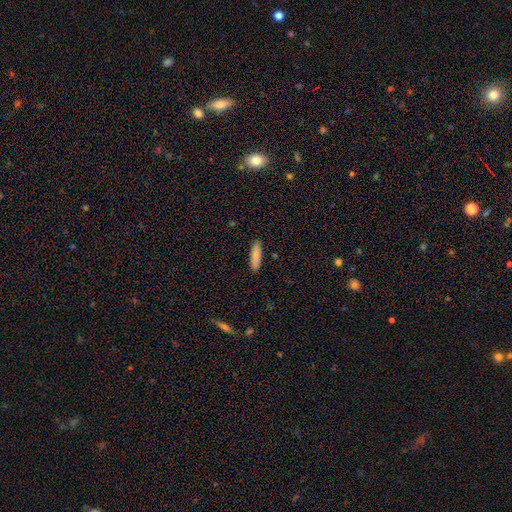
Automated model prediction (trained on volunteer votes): Smooth or featured? Predicted: smooth (p=0.85). How rounded? Predicted: cigar-shaped (p=0.65). Merging? Predicted: none (p=0.90).